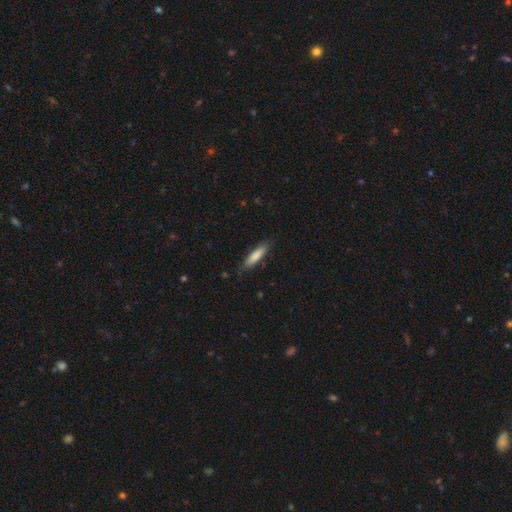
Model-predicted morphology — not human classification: smooth 78%, featured or disk 16%, star or artifact 6%. Down the decision tree: how rounded — cigar-shaped (75%); merging — none (82%).